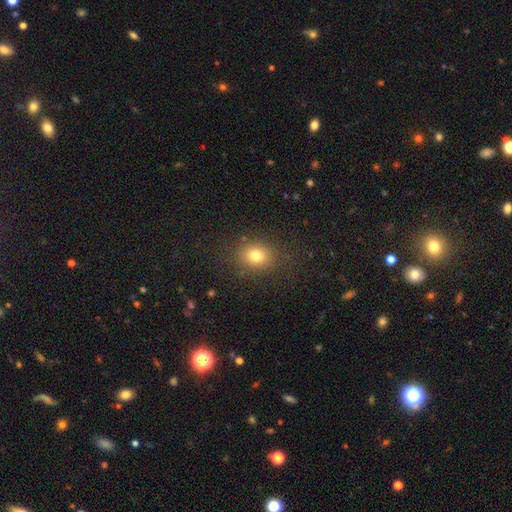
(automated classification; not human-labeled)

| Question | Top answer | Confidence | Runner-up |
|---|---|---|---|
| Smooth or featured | smooth | 78% | star or artifact (13%) |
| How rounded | round | 60% | in between (39%) |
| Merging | none | 83% | minor disturbance (11%) |